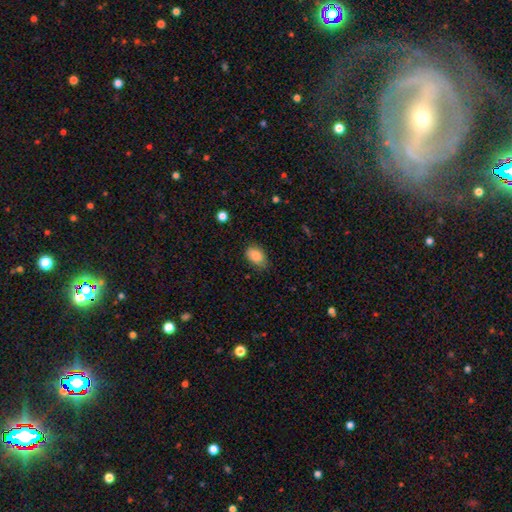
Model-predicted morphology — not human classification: This is clearly a smooth galaxy (86%). How rounded: clearly in between (88%). Merging: likely none (73%).